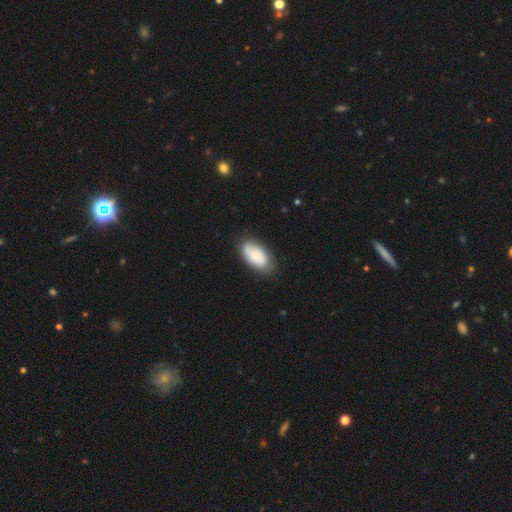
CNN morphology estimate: smooth_or_featured: smooth (p=0.81) [alt: featured or disk p=0.12]
how_rounded: in between (p=0.94) [alt: cigar-shaped p=0.03]
merging: none (p=0.78) [alt: minor disturbance p=0.17]